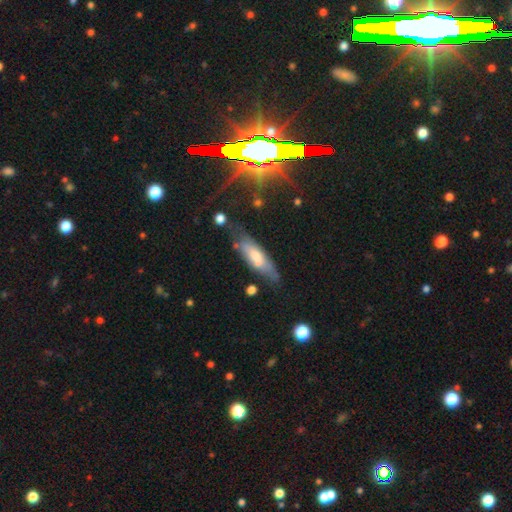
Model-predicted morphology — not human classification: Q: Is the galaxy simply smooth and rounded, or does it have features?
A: smooth — 54%.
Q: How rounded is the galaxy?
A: in between — 50%.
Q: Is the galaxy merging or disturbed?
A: none — 56%.